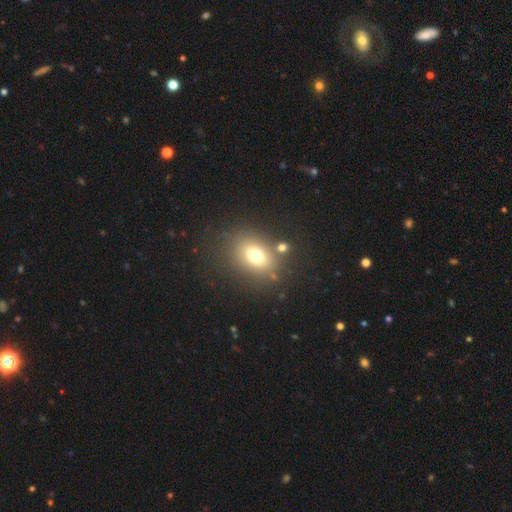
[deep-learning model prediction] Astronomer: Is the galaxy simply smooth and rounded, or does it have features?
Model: smooth — 73%.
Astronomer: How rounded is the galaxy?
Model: in between — 62%.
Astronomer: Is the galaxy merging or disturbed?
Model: none — 75%.